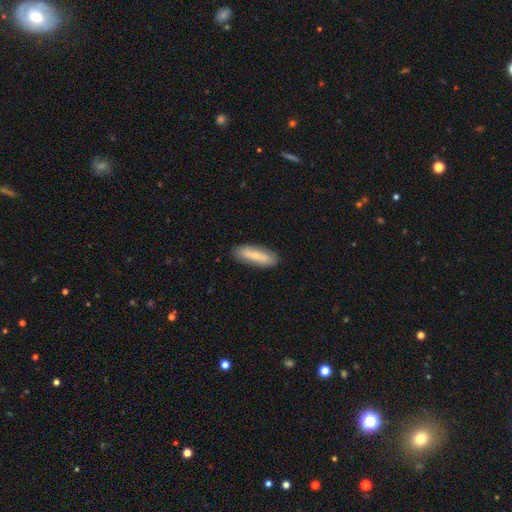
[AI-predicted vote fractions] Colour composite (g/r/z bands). It shows a smooth galaxy with no disk features (69%) that is cigar-shaped (57%). Merging: none (85%).